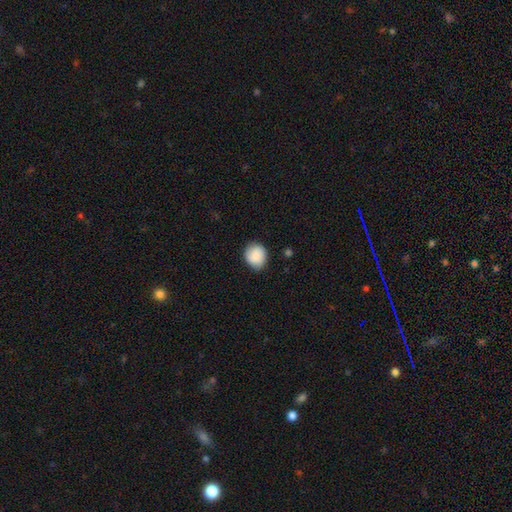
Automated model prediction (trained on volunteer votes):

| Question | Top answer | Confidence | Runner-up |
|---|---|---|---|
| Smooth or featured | smooth | 87% | star or artifact (7%) |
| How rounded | round | 77% | in between (22%) |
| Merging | none | 82% | minor disturbance (14%) |